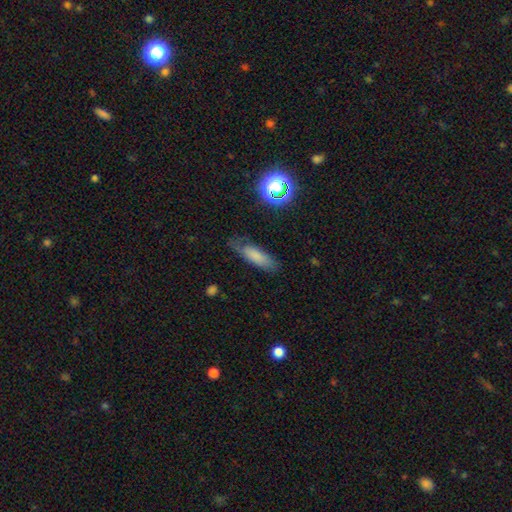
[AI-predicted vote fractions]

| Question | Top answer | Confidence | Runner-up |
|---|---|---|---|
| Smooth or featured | smooth | 72% | featured or disk (17%) |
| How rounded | in between | 53% | cigar-shaped (44%) |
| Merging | none | 65% | minor disturbance (25%) |